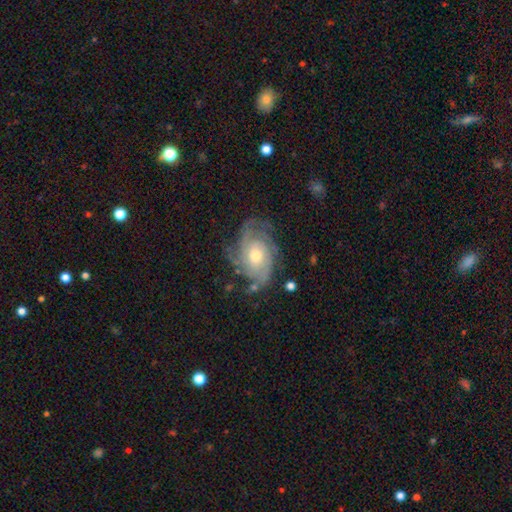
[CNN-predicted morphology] Smooth or featured?
  - featured or disk: 86% *
  - smooth: 9%
  - star or artifact: 5%
Edge-on disk?
  - no: 97% *
  - yes: 3%
Bar?
  - no: 75% *
  - weak: 21%
  - strong: 4%
Spiral arms?
  - yes: 96% *
  - no: 4%
Spiral winding?
  - tight: 63% *
  - medium: 30%
  - loose: 7%
Spiral arm count?
  - 3: 30% *
  - can't tell: 26%
  - 4: 17%
  - 2: 15%
  - more than 4: 6%
  - 1: 6%
Bulge size?
  - moderate: 68% *
  - small: 25%
  - large: 5%
  - none: 1%
  - dominant: 1%
Merging?
  - none: 69% *
  - minor disturbance: 20%
  - major disturbance: 9%
  - merger: 2%